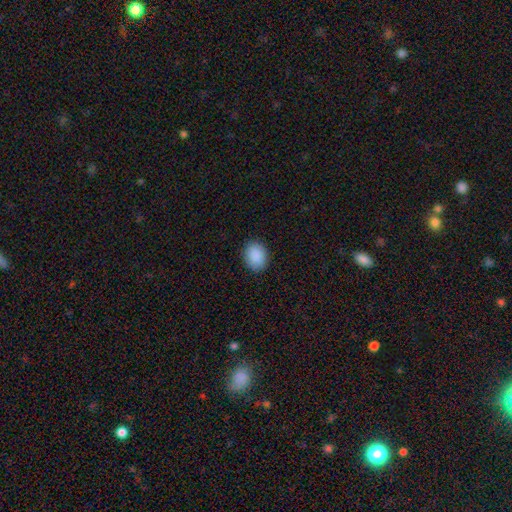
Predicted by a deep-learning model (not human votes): A smooth galaxy with no disk features (90%) that is in between round and cigar-shaped (55%). Merging: none (89%).